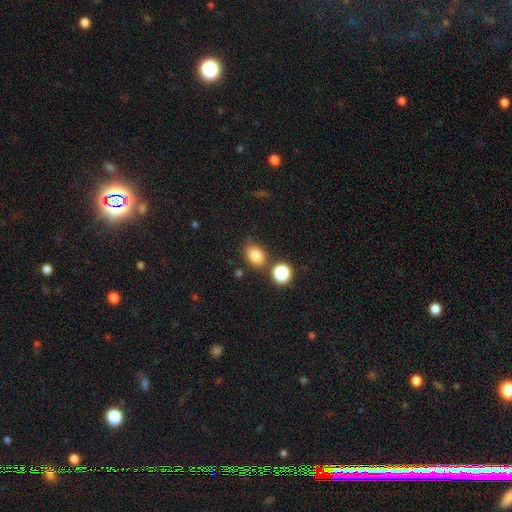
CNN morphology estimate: This is clearly a smooth galaxy (82%). How rounded: likely in between (67%). Merging: likely none (71%).